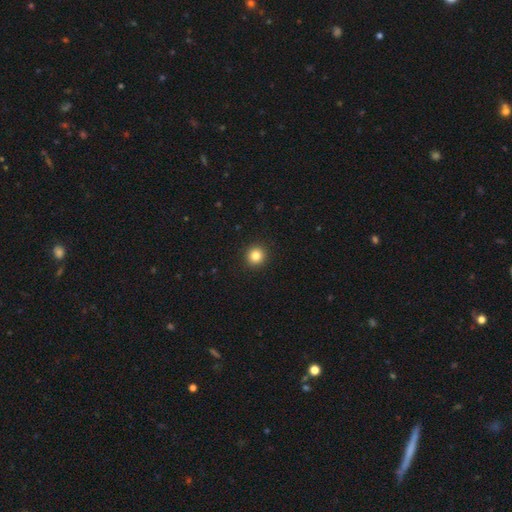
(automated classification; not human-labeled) This appears to be a smooth galaxy with no disk features (84%) that is round (93%). Merging: none (93%).